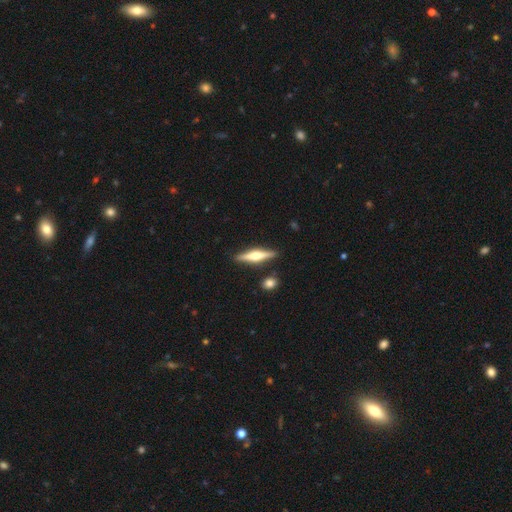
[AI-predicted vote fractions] featured or disk 64%, smooth 31%, star or artifact 6%. Down the decision tree: edge-on disk — yes (97%); edge-on bulge — rounded (87%); merging — none (87%).